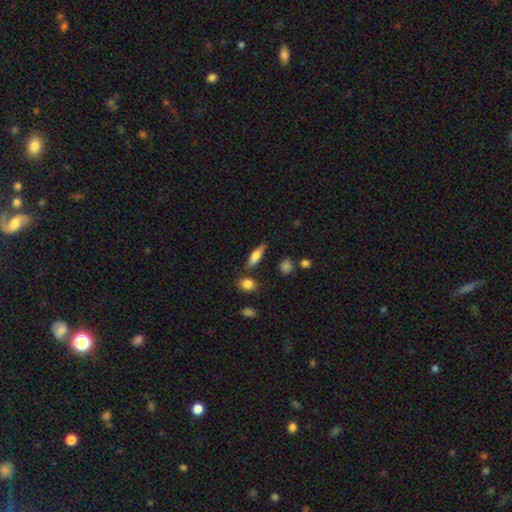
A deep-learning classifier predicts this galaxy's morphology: This appears to be a smooth galaxy with no disk features (72%) that is in between round and cigar-shaped (49%). Merging: none (76%).